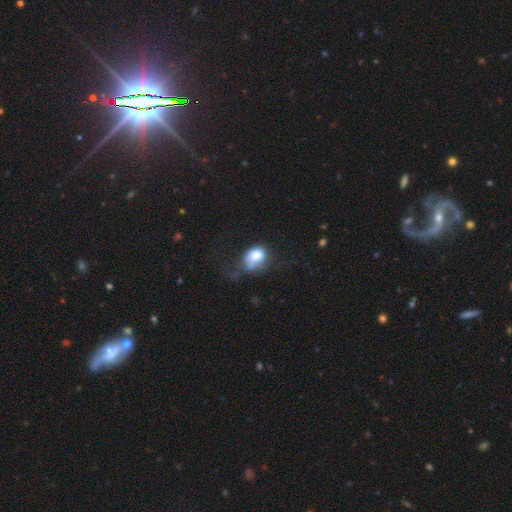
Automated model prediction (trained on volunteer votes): smooth_or_featured: smooth (p=0.76) [alt: featured or disk p=0.15]
how_rounded: in between (p=0.58) [alt: round p=0.40]
merging: minor disturbance (p=0.30) [alt: major disturbance p=0.29]